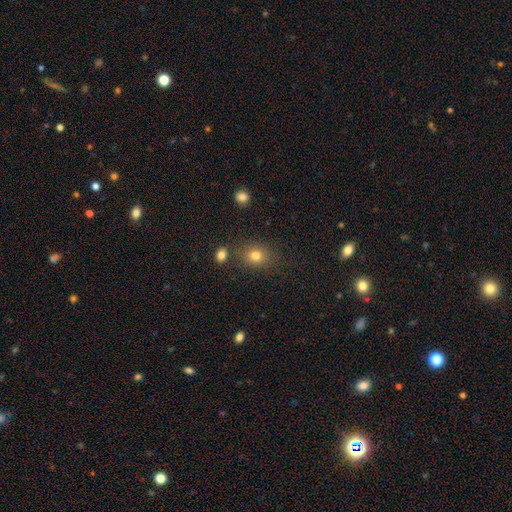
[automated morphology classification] smooth 79%, star or artifact 13%, featured or disk 8%. Down the decision tree: how rounded — round (64%); merging — none (78%).